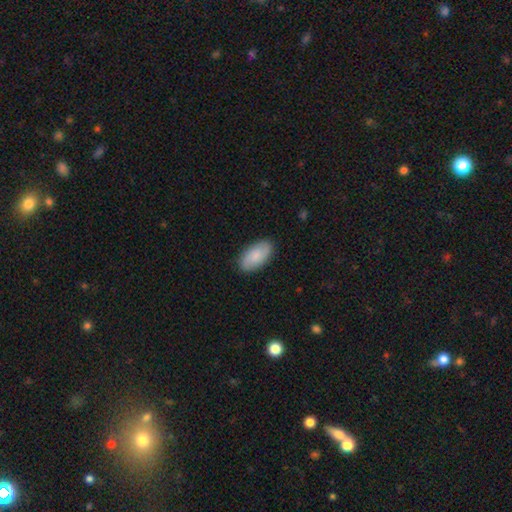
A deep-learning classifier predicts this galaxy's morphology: smooth-or-featured: smooth: 78% | featured or disk: 16% | star or artifact: 6%
  how-rounded: in between: 94% | cigar-shaped: 3% | round: 2%
  merging: none: 87% | minor disturbance: 10% | major disturbance: 2% | merger: 1%